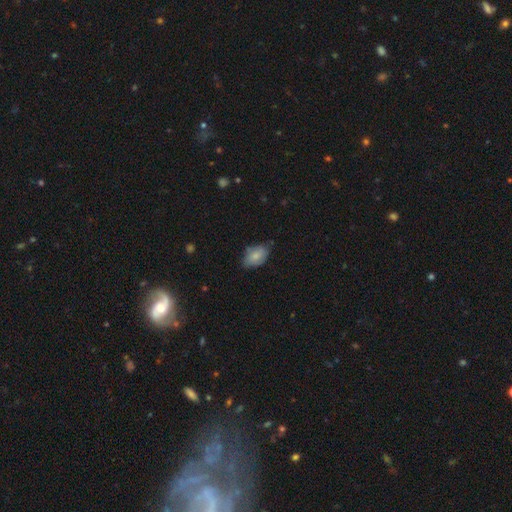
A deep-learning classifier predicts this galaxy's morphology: Q: Smooth or featured?
A: smooth (77%); runner-up: featured or disk (16%)
Q: How rounded?
A: in between (90%); runner-up: round (9%)
Q: Merging?
A: none (62%); runner-up: minor disturbance (31%)